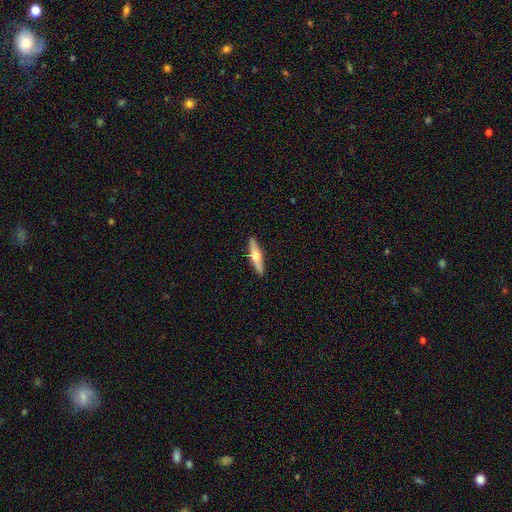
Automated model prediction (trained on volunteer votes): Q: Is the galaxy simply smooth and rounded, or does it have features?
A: featured or disk — 49%.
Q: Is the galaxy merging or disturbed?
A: none — 91%.